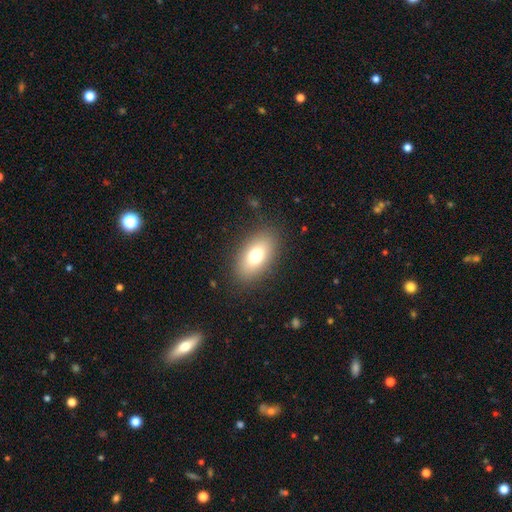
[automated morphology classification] The model was most divided on "smooth or featured": smooth: 75%, featured or disk: 16%, star or artifact: 9%. More confident: how rounded — in between (90%); merging — none (86%).